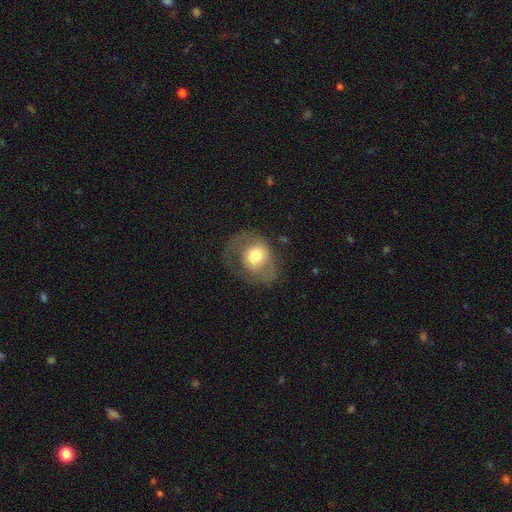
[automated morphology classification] smooth_or_featured: smooth (p=0.52) [alt: featured or disk p=0.41]
how_rounded: round (p=0.64) [alt: in between p=0.35]
merging: none (p=0.43) [alt: major disturbance p=0.32]